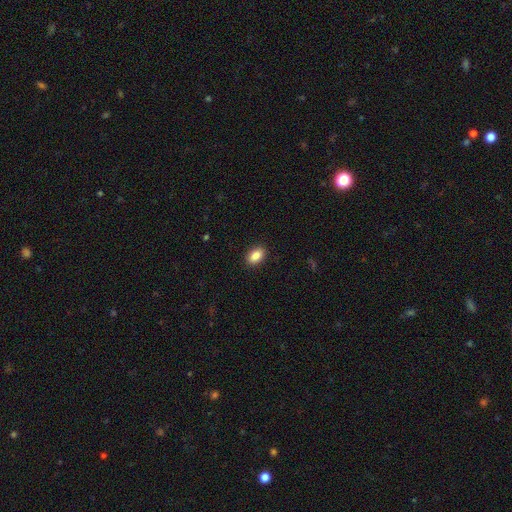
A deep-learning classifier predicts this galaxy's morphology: smooth-or-featured: smooth: 88% | star or artifact: 8% | featured or disk: 4%
  how-rounded: in between: 90% | round: 7% | cigar-shaped: 2%
  merging: none: 90% | minor disturbance: 7% | major disturbance: 2% | merger: 1%